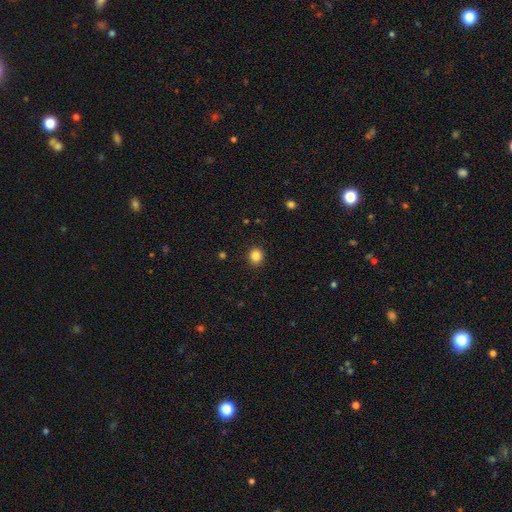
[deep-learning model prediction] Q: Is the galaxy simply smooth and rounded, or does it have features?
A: smooth — 85%.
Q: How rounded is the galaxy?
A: round — 83%.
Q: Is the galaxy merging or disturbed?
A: none — 91%.